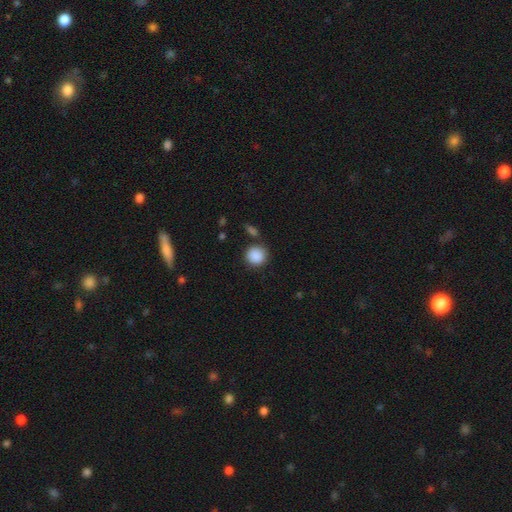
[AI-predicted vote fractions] This appears to be a smooth galaxy with no disk features (89%) that is round (89%). Merging: none (80%).